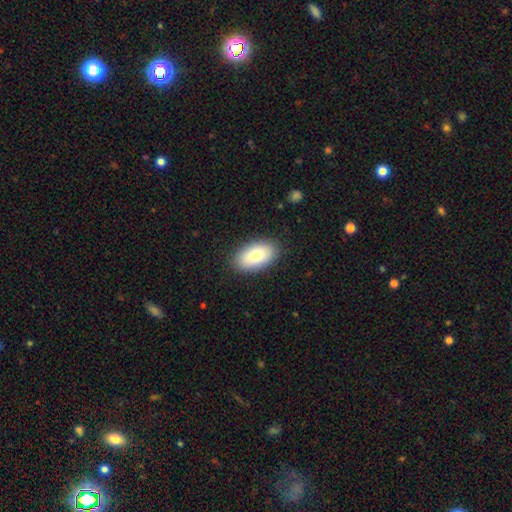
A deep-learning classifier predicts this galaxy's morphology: smooth_or_featured: smooth (p=0.79) [alt: featured or disk p=0.14]
how_rounded: in between (p=0.94) [alt: round p=0.04]
merging: none (p=0.88) [alt: minor disturbance p=0.09]